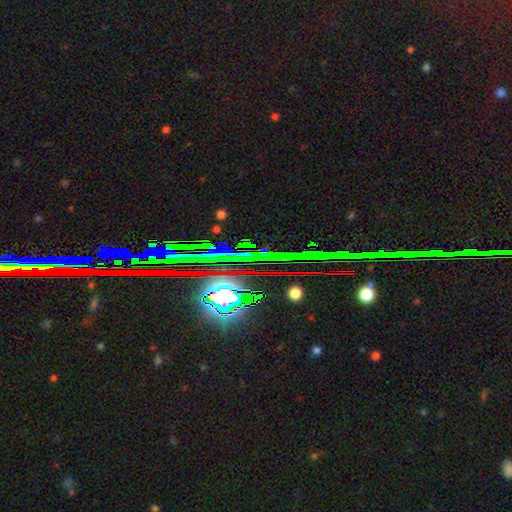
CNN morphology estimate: Smooth or featured?
  - star or artifact: 85% *
  - featured or disk: 8%
  - smooth: 7%